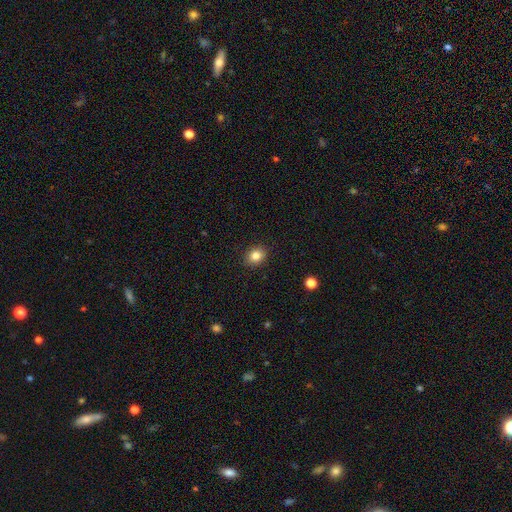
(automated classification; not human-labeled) A smooth galaxy with no disk features (84%) that is round (55%).

Vote fractions:
- Smooth or featured? smooth: 84% / star or artifact: 10% / featured or disk: 6%
- How rounded? round: 55% / in between: 44% / cigar-shaped: 1%
- Merging? none: 89% / minor disturbance: 8% / major disturbance: 2% / merger: 1%